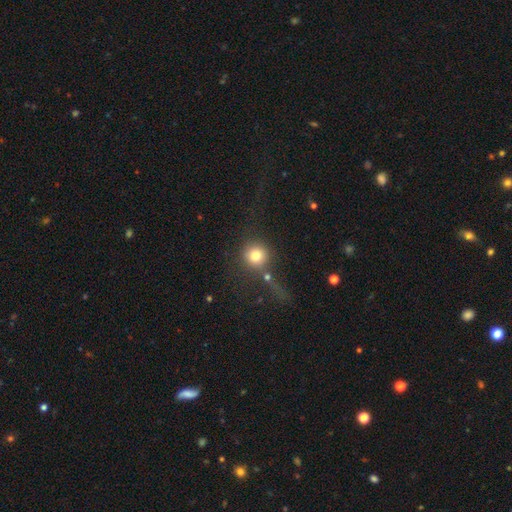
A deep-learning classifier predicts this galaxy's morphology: The model was most divided on "merging": none: 63%, merger: 13%, major disturbance: 12%, minor disturbance: 12%. More confident: how rounded — round (93%); smooth or featured — smooth (78%).